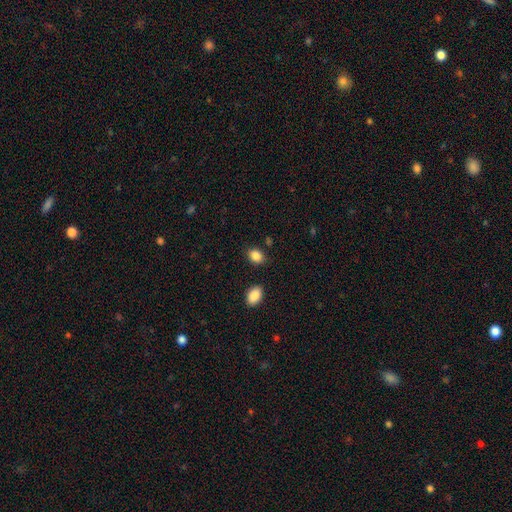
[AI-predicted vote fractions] A smooth galaxy with no disk features (87%) that is in between round and cigar-shaped (70%). Merging: none (83%).